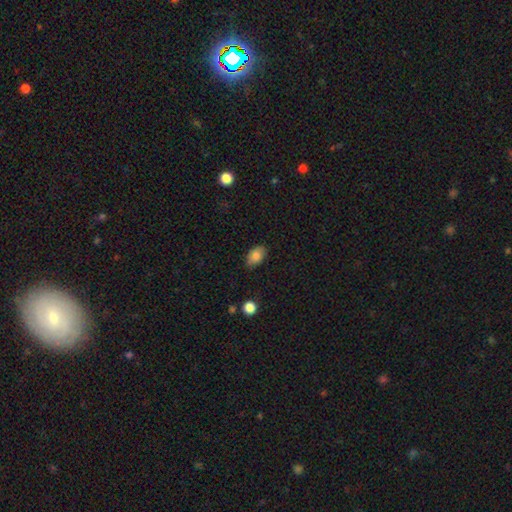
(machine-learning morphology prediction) smooth-or-featured: smooth: 85% | star or artifact: 8% | featured or disk: 7%
  how-rounded: in between: 88% | round: 11% | cigar-shaped: 1%
  merging: none: 81% | minor disturbance: 15% | major disturbance: 3% | merger: 1%